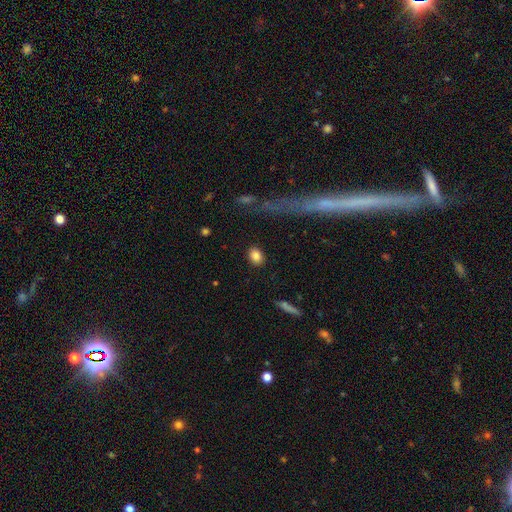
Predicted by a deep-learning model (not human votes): Q: Smooth or featured?
A: smooth (86%); runner-up: star or artifact (9%)
Q: How rounded?
A: in between (51%); runner-up: round (47%)
Q: Merging?
A: none (88%); runner-up: minor disturbance (8%)